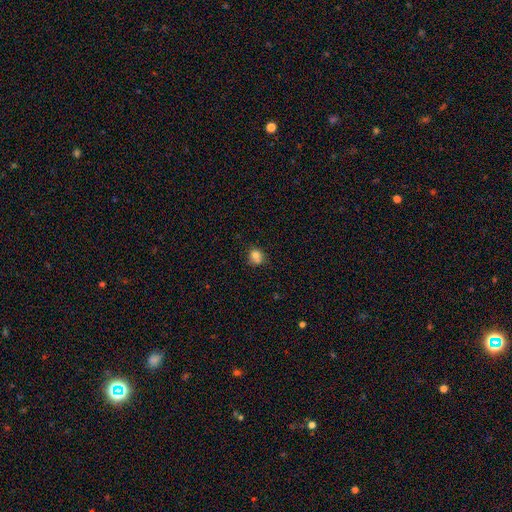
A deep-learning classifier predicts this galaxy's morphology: A smooth galaxy with no disk features (77%) that is round (81%). Merging: none (58%).